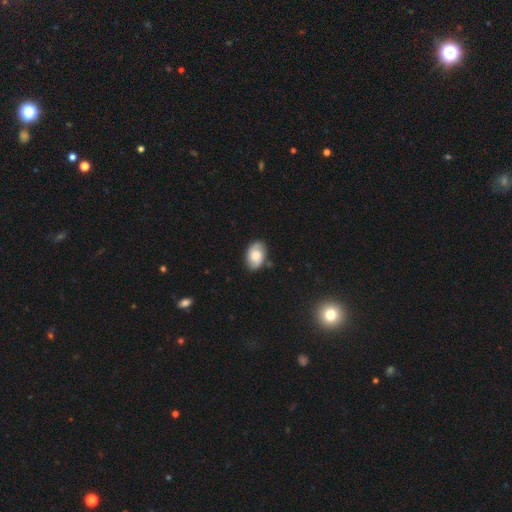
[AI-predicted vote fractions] This appears to be a smooth galaxy with no disk features (55%) that is in between round and cigar-shaped (88%). Merging: none (77%).